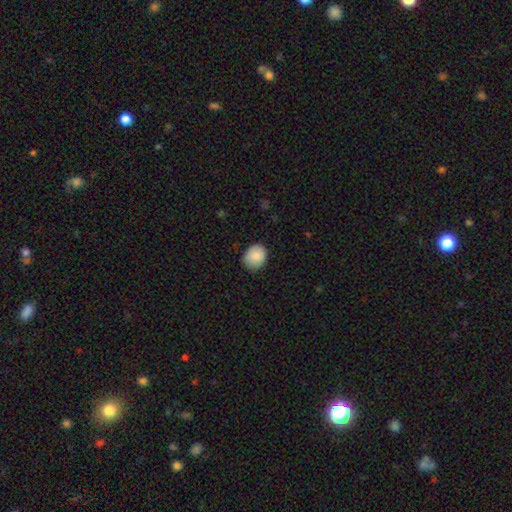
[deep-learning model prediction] A smooth galaxy with no disk features (87%) that is round (64%).

Vote fractions:
- Smooth or featured? smooth: 87% / star or artifact: 7% / featured or disk: 6%
- How rounded? round: 64% / in between: 36% / cigar-shaped: 1%
- Merging? none: 84% / minor disturbance: 13% / major disturbance: 2% / merger: 1%